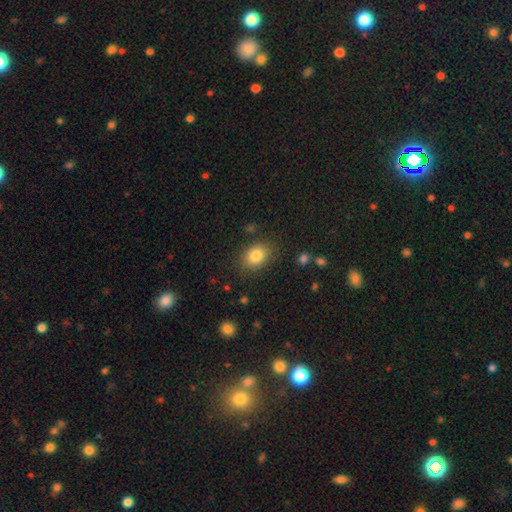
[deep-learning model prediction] Smooth or featured?
  - smooth: 84% *
  - star or artifact: 9%
  - featured or disk: 7%
How rounded?
  - in between: 69% *
  - round: 30%
  - cigar-shaped: 1%
Merging?
  - none: 82% *
  - minor disturbance: 12%
  - major disturbance: 4%
  - merger: 2%